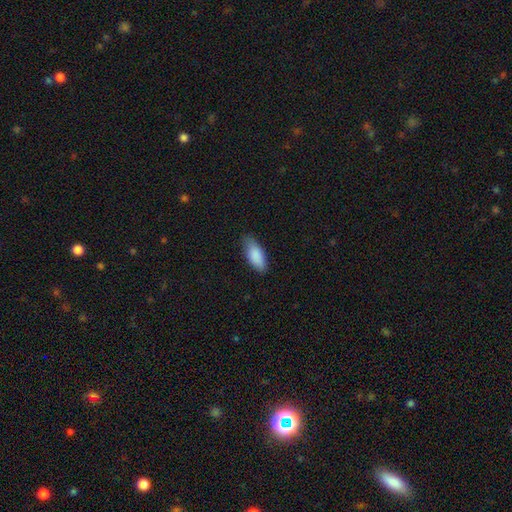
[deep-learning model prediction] A smooth galaxy with no disk features (88%) that is in between round and cigar-shaped (81%). Merging: none (77%).